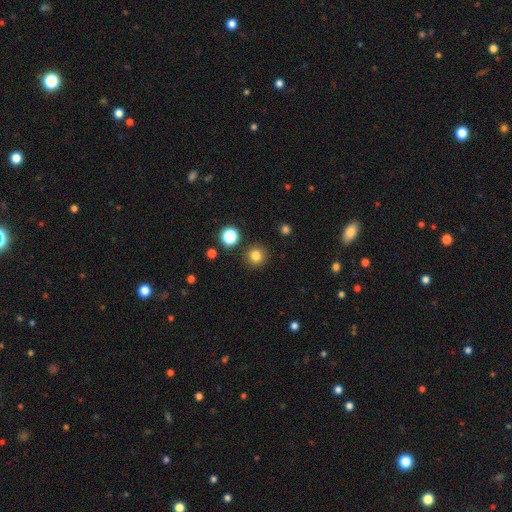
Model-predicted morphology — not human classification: Smooth or featured? Predicted: smooth (p=0.81). How rounded? Predicted: round (p=0.93). Merging? Predicted: none (p=0.89).